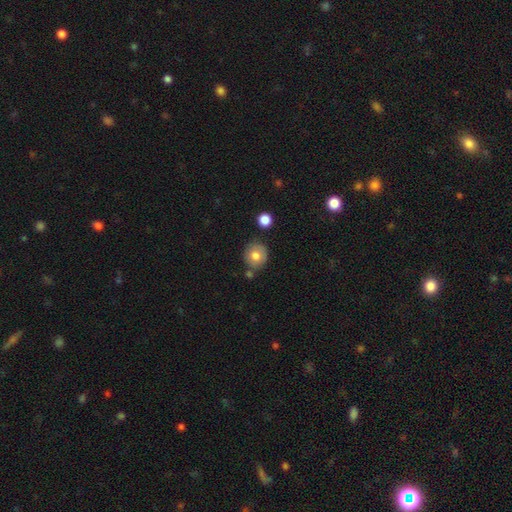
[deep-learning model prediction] This is likely a smooth galaxy (77%). How rounded: likely round (78%). Merging: likely none (74%).